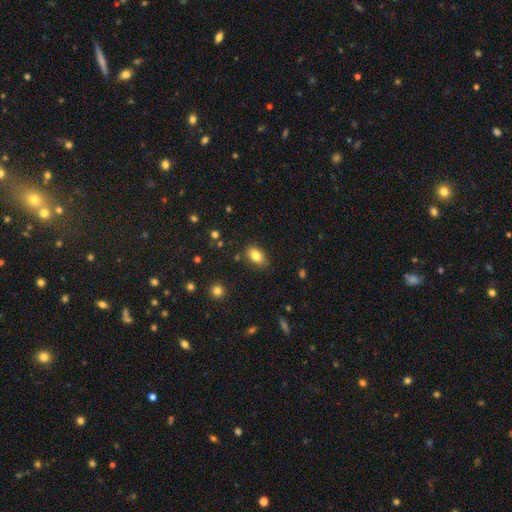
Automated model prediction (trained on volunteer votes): Smooth or featured? smooth (82%)
How rounded? in between (88%)
Merging? none (80%)